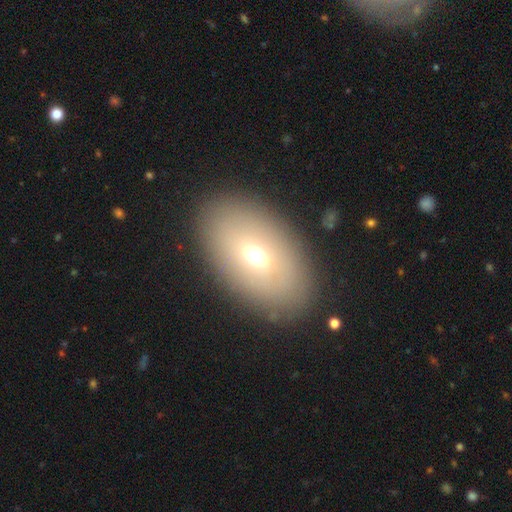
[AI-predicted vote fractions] Q: Smooth or featured?
A: smooth (62%); runner-up: featured or disk (27%)
Q: How rounded?
A: in between (87%); runner-up: round (11%)
Q: Merging?
A: none (86%); runner-up: minor disturbance (8%)